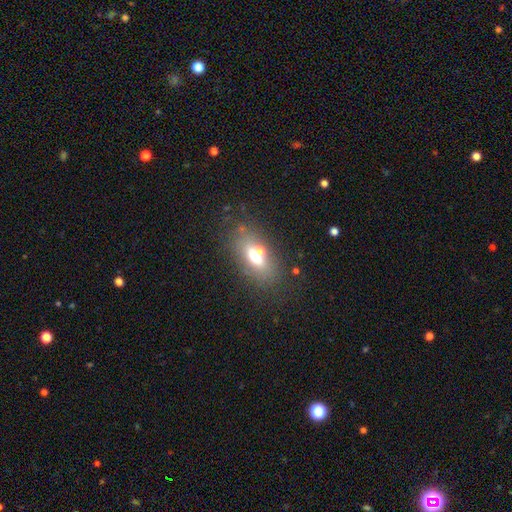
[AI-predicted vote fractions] Overall: smooth (57%; featured or disk 27%). How rounded: in between (78%). Merging: none (58%; merger 22%).